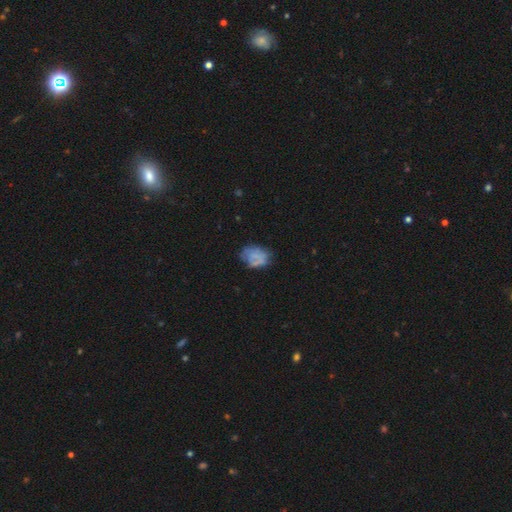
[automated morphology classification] smooth_or_featured: smooth (p=0.52) [alt: featured or disk p=0.34]
how_rounded: in between (p=0.71) [alt: round p=0.28]
merging: none (p=0.56) [alt: minor disturbance p=0.27]